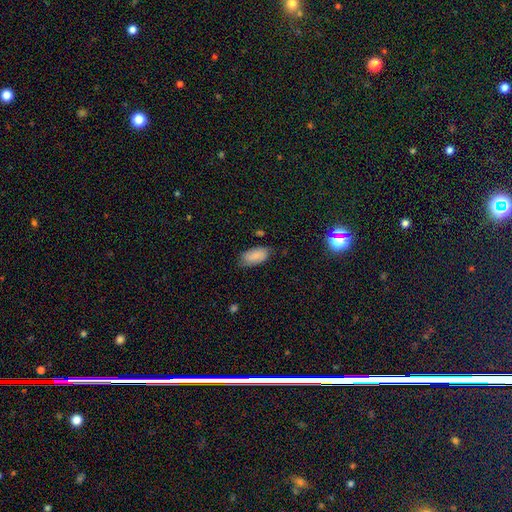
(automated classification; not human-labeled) Smooth or featured?
  - smooth: 84% *
  - featured or disk: 8%
  - star or artifact: 7%
How rounded?
  - in between: 92% *
  - cigar-shaped: 5%
  - round: 2%
Merging?
  - none: 73% *
  - minor disturbance: 21%
  - major disturbance: 4%
  - merger: 2%